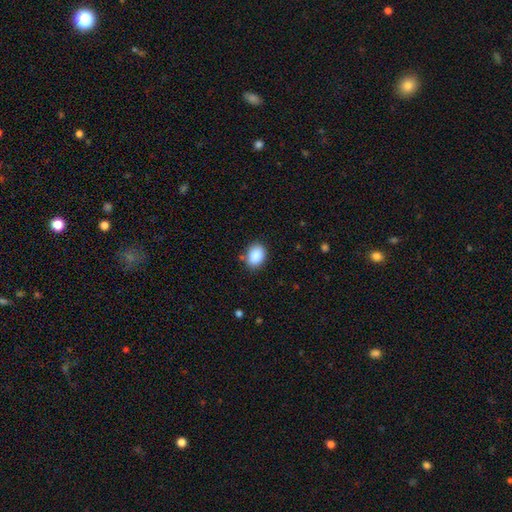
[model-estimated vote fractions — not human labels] This appears to be a smooth galaxy with no disk features (88%) that is in between round and cigar-shaped (65%). Merging: none (83%).